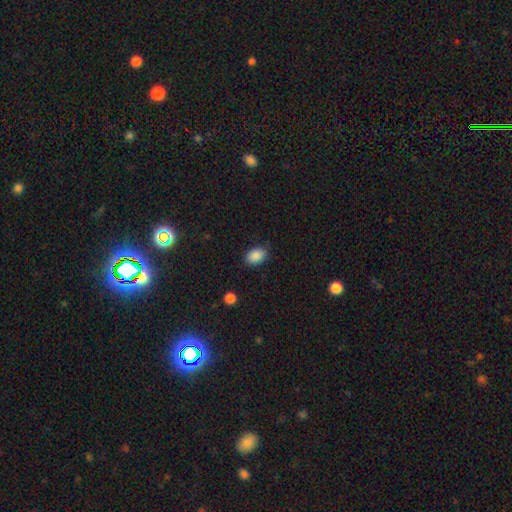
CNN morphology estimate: This appears to be a smooth galaxy with no disk features (88%) that is in between round and cigar-shaped (84%). Merging: none (82%).